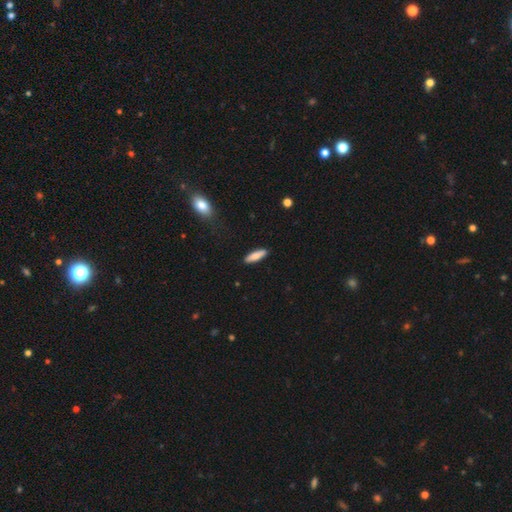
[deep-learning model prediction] Q: Smooth or featured?
A: smooth (80%); runner-up: featured or disk (14%)
Q: How rounded?
A: cigar-shaped (64%); runner-up: in between (35%)
Q: Merging?
A: none (88%); runner-up: minor disturbance (8%)